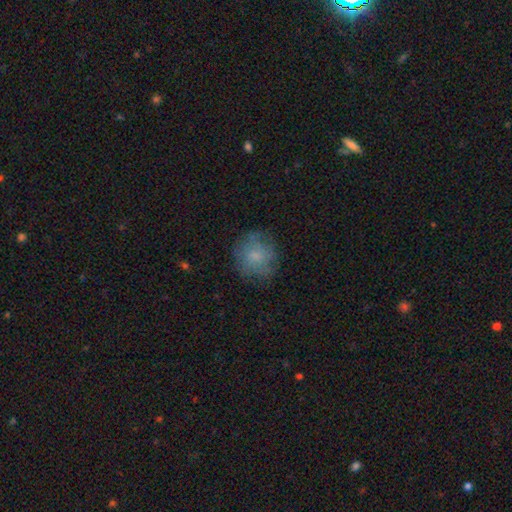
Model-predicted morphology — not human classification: smooth 71%, featured or disk 20%, star or artifact 9%. Down the decision tree: how rounded — round (87%); merging — none (74%).